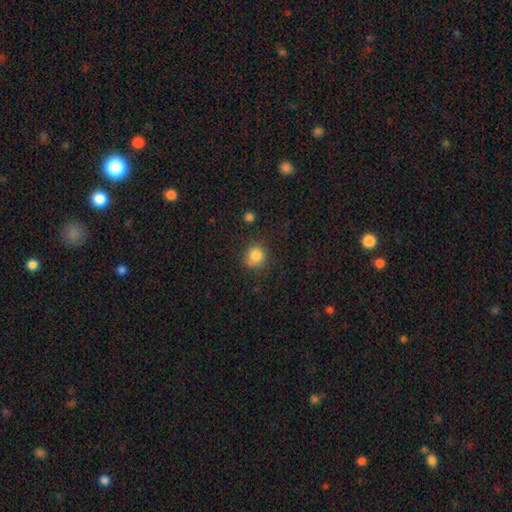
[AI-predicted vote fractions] Smooth or featured: smooth — 83% (star or artifact — 11%)
How rounded: round — 84% (in between — 15%)
Merging: none — 69% (minor disturbance — 19%)